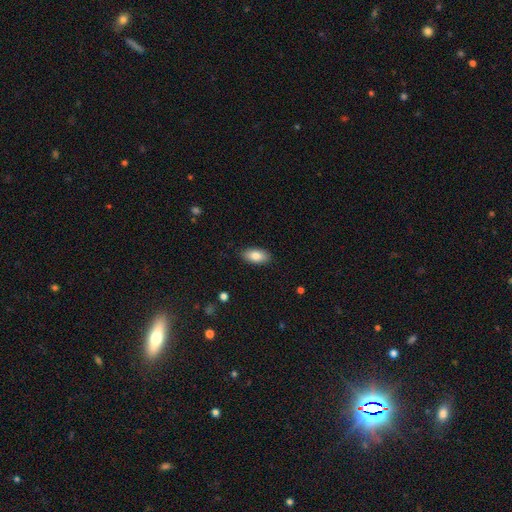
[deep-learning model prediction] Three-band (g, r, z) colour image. It shows a smooth galaxy with no disk features (84%) that is in between round and cigar-shaped (92%). Merging: none (88%).